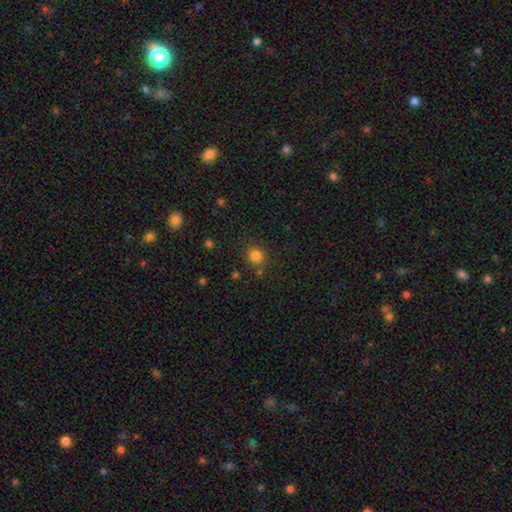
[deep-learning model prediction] The model was most divided on "smooth or featured": smooth: 81%, star or artifact: 14%, featured or disk: 5%. More confident: how rounded — round (87%); merging — none (81%).